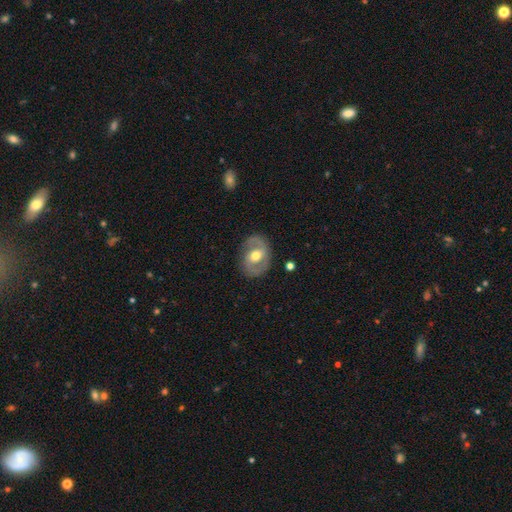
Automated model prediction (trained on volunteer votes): smooth_or_featured: featured or disk (p=0.81) [alt: smooth p=0.14]
disk_edge_on: no (p=0.97) [alt: yes p=0.03]
bar: weak (p=0.44) [alt: no p=0.39]
has_spiral_arms: yes (p=0.88) [alt: no p=0.12]
spiral_winding: medium (p=0.52) [alt: tight p=0.27]
spiral_arm_count: 2 (p=0.88) [alt: can't tell p=0.05]
bulge_size: moderate (p=0.74) [alt: small p=0.17]
merging: none (p=0.82) [alt: minor disturbance p=0.12]